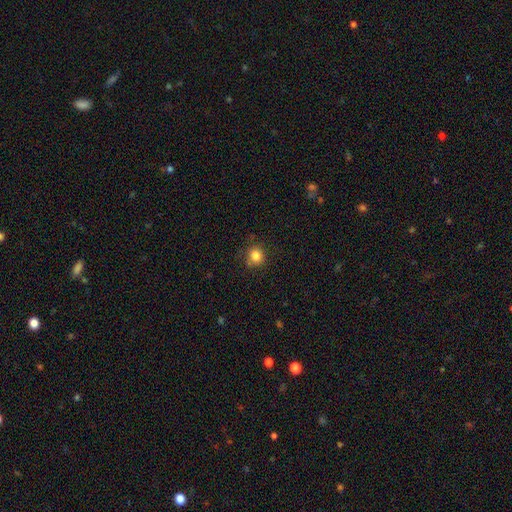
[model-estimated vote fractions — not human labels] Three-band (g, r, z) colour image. It shows a smooth galaxy with no disk features (83%) that is round (84%). Merging: none (80%).